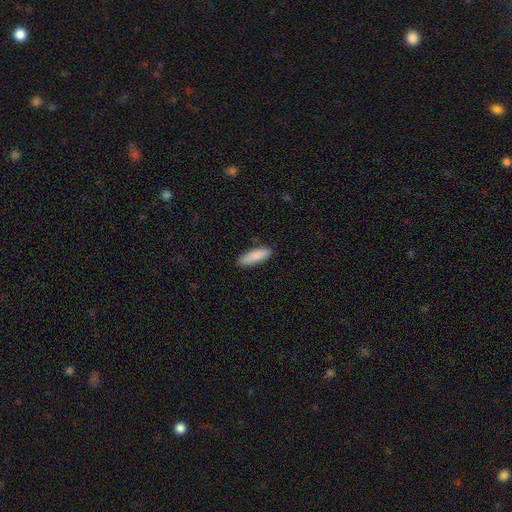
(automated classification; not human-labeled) This appears to be a smooth galaxy with no disk features (88%) that is cigar-shaped (56%). Merging: none (87%).